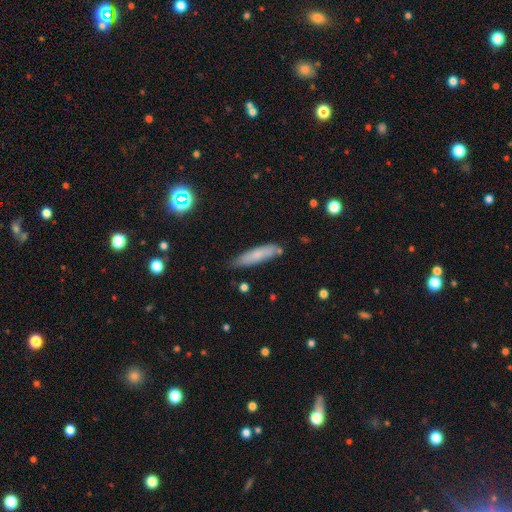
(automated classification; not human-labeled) The model was most divided on "smooth or featured": smooth: 72%, featured or disk: 20%, star or artifact: 8%. More confident: how rounded — cigar-shaped (78%); merging — none (76%).